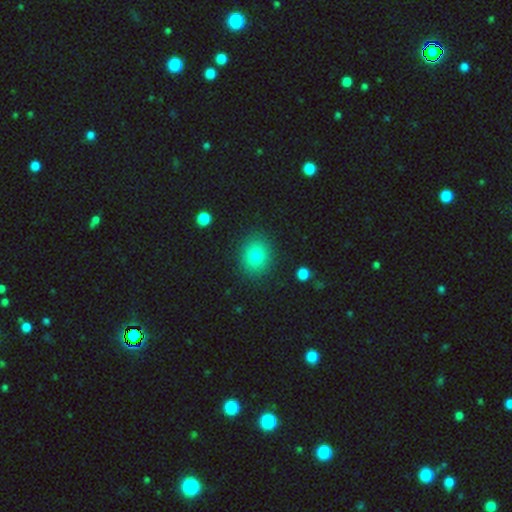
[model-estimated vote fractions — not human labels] Smooth or featured?
  - smooth: 78% *
  - star or artifact: 12%
  - featured or disk: 10%
How rounded?
  - round: 62% *
  - in between: 37%
  - cigar-shaped: 1%
Merging?
  - none: 87% *
  - minor disturbance: 9%
  - major disturbance: 3%
  - merger: 2%